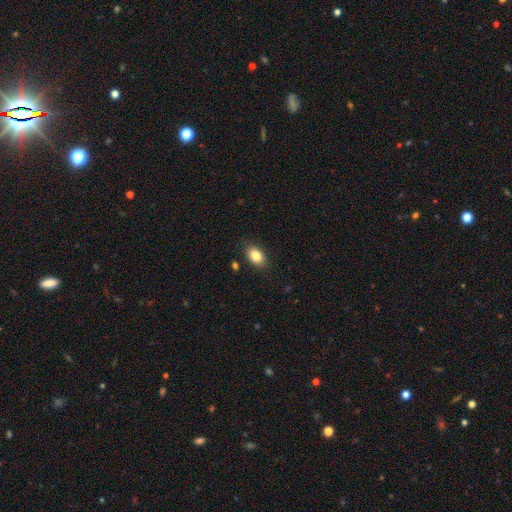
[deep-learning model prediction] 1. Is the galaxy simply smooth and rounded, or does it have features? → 85% smooth, 8% star or artifact, 7% featured or disk.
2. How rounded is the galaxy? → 88% in between, 10% round, 2% cigar-shaped.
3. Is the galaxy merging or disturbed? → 86% none, 10% minor disturbance, 2% major disturbance, 2% merger.